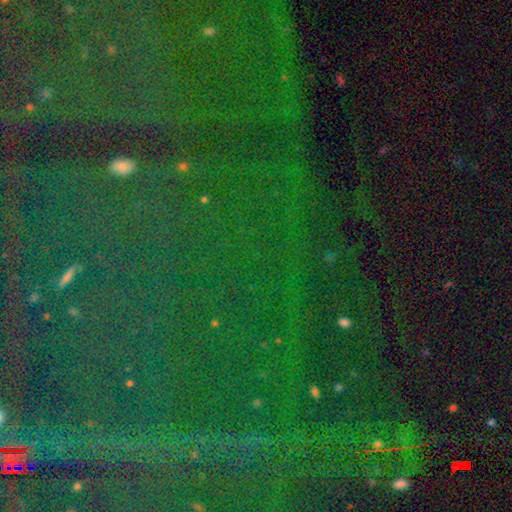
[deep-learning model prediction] Overall: star or artifact (85%).